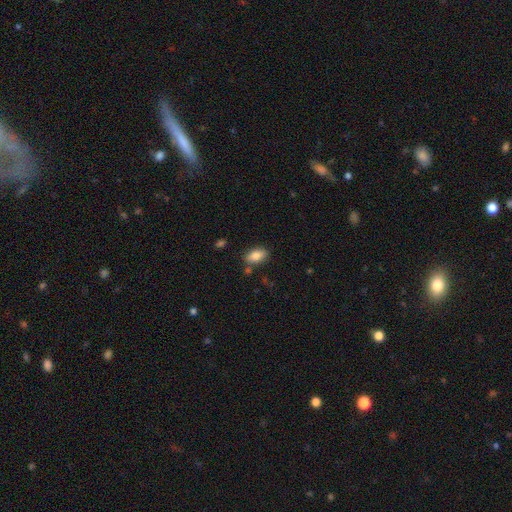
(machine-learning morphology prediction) Overall: smooth (83%). How rounded: in between (91%). Merging: none (78%).